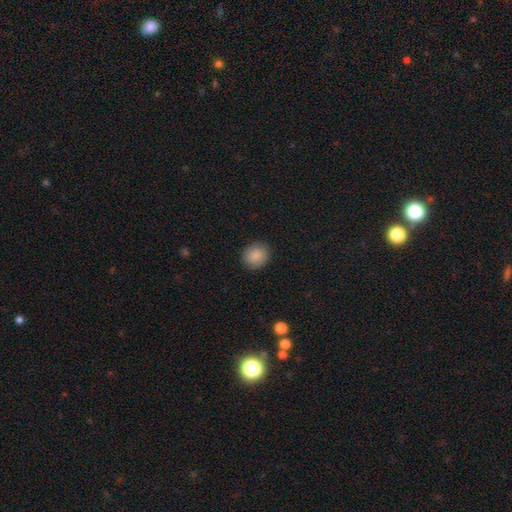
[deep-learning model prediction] smooth-or-featured: smooth: 88% | star or artifact: 8% | featured or disk: 4%
  how-rounded: round: 81% | in between: 18% | cigar-shaped: 1%
  merging: none: 89% | minor disturbance: 7% | major disturbance: 2% | merger: 1%